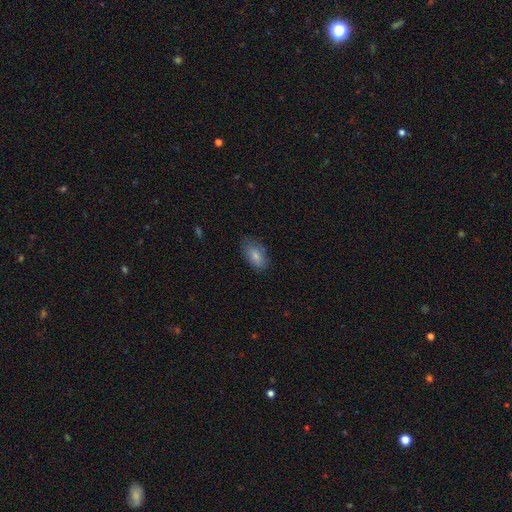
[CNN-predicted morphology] smooth-or-featured: smooth: 82% | featured or disk: 11% | star or artifact: 7%
  how-rounded: in between: 90% | cigar-shaped: 5% | round: 5%
  merging: none: 73% | minor disturbance: 21% | major disturbance: 5% | merger: 1%